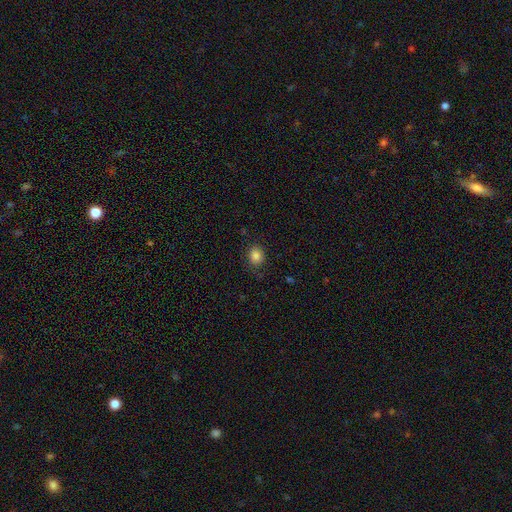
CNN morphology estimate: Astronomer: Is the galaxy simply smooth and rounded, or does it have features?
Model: smooth — 83%.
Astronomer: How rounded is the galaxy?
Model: round — 63%.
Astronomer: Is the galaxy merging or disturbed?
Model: none — 84%.